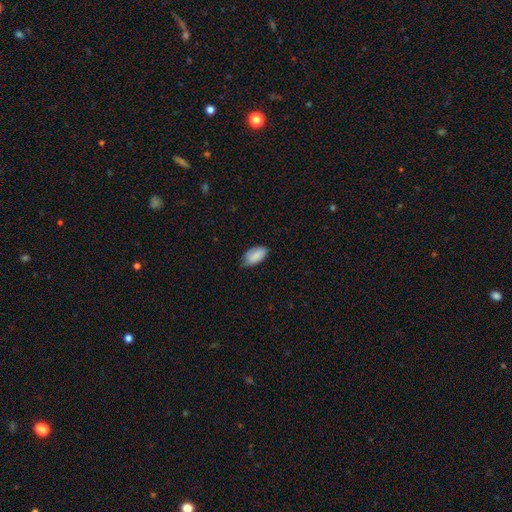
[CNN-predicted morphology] type=smooth (85%); roundness=in between (93%); merging=none (54%).